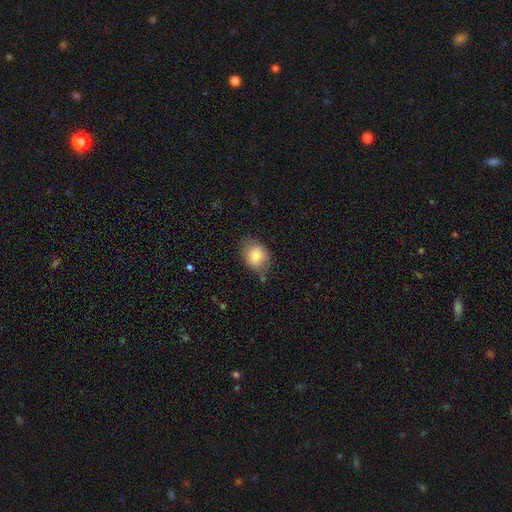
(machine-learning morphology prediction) smooth 80%, featured or disk 12%, star or artifact 8%. Down the decision tree: how rounded — in between (52%); merging — none (58%).